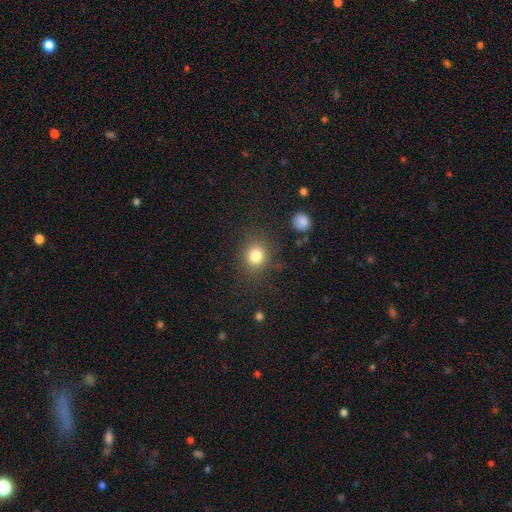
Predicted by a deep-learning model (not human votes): Overall: smooth (82%). How rounded: round (75%). Merging: none (82%).